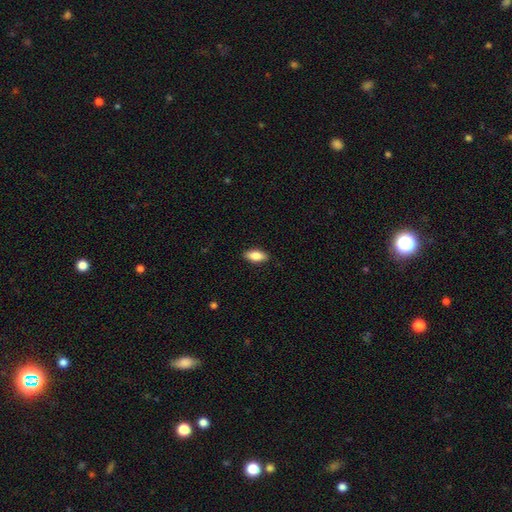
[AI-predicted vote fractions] Smooth or featured: smooth — 85% (featured or disk — 9%)
How rounded: in between — 85% (cigar-shaped — 12%)
Merging: none — 88% (minor disturbance — 9%)